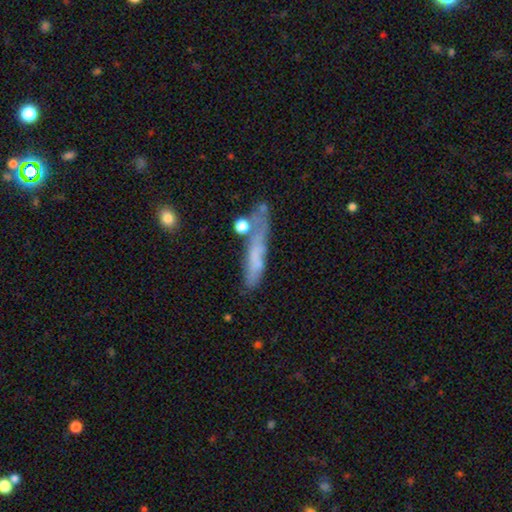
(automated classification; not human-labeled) Smooth or featured?
  - smooth: 53% *
  - featured or disk: 36%
  - star or artifact: 10%
How rounded?
  - cigar-shaped: 84% *
  - in between: 14%
  - round: 2%
Merging?
  - none: 46% *
  - minor disturbance: 26%
  - major disturbance: 17%
  - merger: 11%